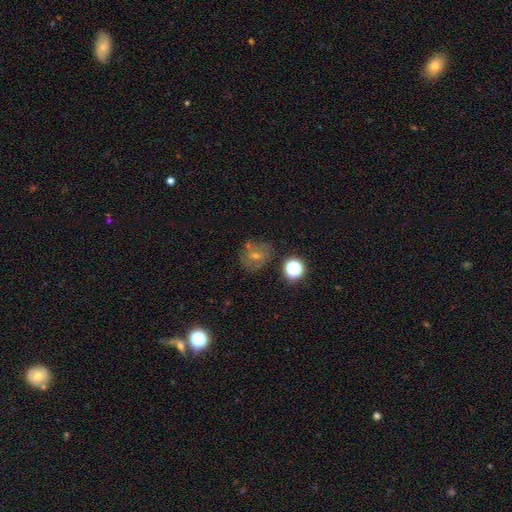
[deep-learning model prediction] This appears to be a smooth galaxy with no disk features (36%). Merging: none (73%).